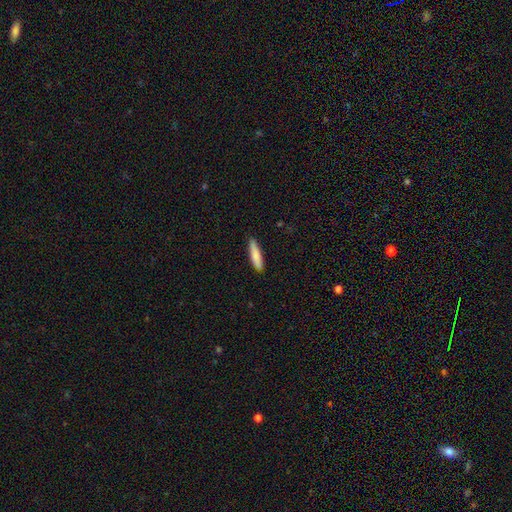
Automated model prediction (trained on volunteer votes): A smooth galaxy with no disk features (83%) that is cigar-shaped (83%).

Vote fractions:
- Smooth or featured? smooth: 83% / featured or disk: 11% / star or artifact: 6%
- How rounded? cigar-shaped: 83% / in between: 16% / round: 1%
- Merging? none: 84% / minor disturbance: 12% / major disturbance: 2% / merger: 1%